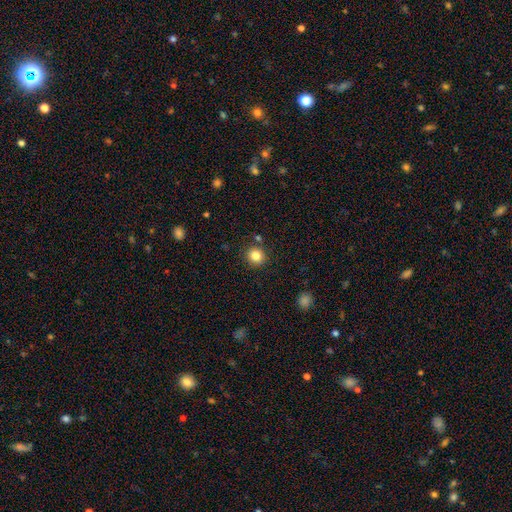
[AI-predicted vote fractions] The model was most divided on "smooth or featured": smooth: 83%, star or artifact: 11%, featured or disk: 5%. More confident: how rounded — round (89%); merging — none (87%).